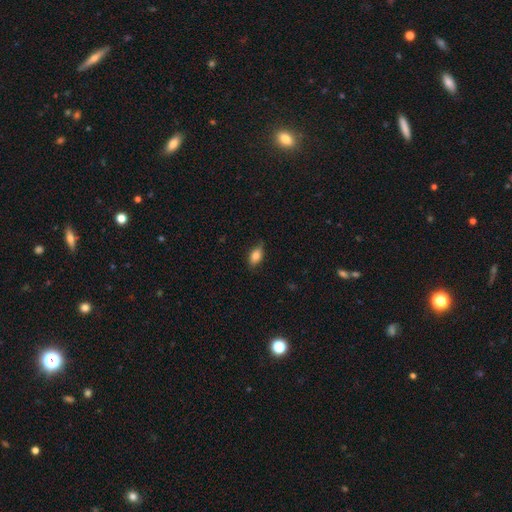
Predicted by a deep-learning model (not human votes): Morphology: type=smooth (83%); roundness=in between (89%); merging=none (78%).